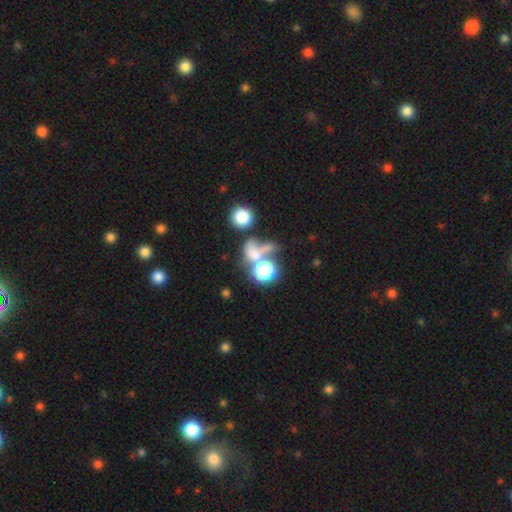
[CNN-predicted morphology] Q: Smooth or featured?
A: smooth (62%); runner-up: featured or disk (22%)
Q: How rounded?
A: round (56%); runner-up: in between (41%)
Q: Merging?
A: merger (55%); runner-up: none (19%)